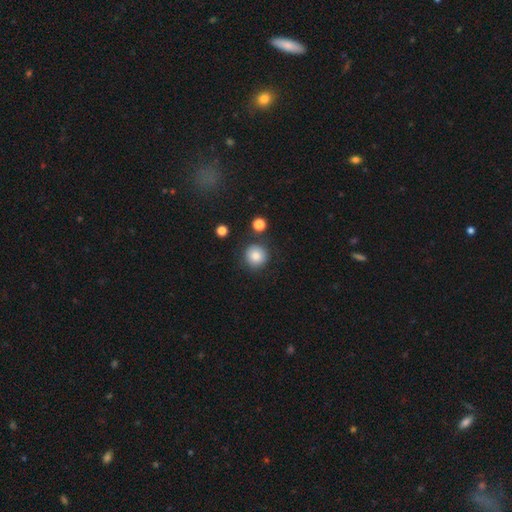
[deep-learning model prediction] Smooth or featured?
  - smooth: 83% *
  - star or artifact: 10%
  - featured or disk: 7%
How rounded?
  - round: 93% *
  - in between: 6%
  - cigar-shaped: 1%
Merging?
  - none: 85% *
  - minor disturbance: 9%
  - merger: 4%
  - major disturbance: 3%